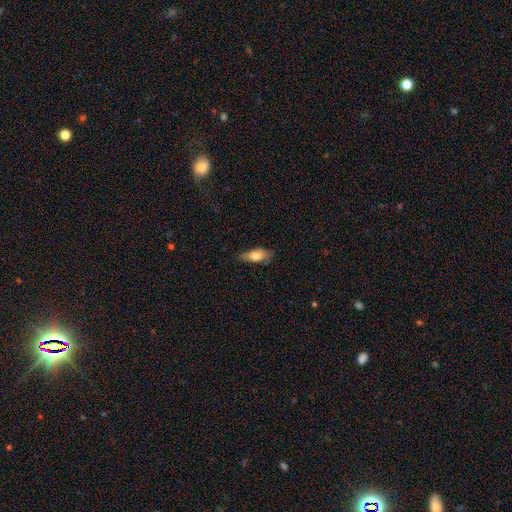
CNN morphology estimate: Smooth or featured?
  - smooth: 71% *
  - featured or disk: 23%
  - star or artifact: 7%
How rounded?
  - in between: 77% *
  - cigar-shaped: 19%
  - round: 3%
Merging?
  - none: 55% *
  - minor disturbance: 34%
  - major disturbance: 10%
  - merger: 2%